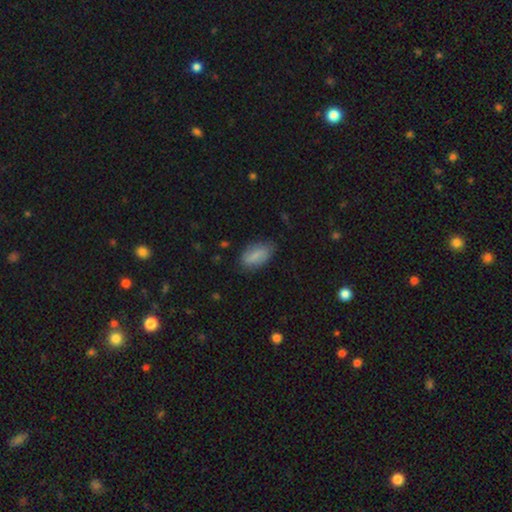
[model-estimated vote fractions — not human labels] smooth-or-featured: smooth: 81% | featured or disk: 12% | star or artifact: 7%
  how-rounded: in between: 90% | cigar-shaped: 6% | round: 4%
  merging: none: 75% | minor disturbance: 19% | major disturbance: 4% | merger: 1%